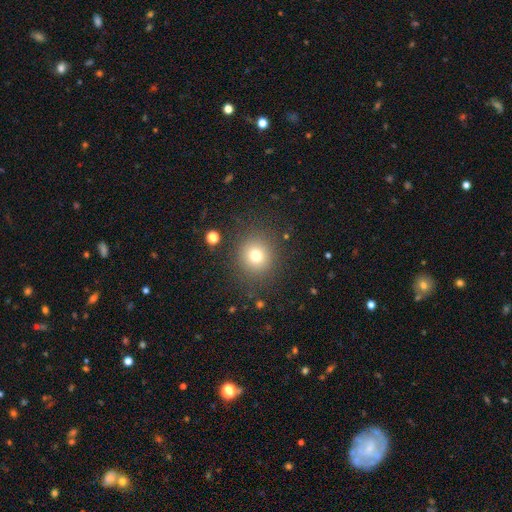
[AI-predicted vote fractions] Q: Smooth or featured?
A: smooth (75%); runner-up: star or artifact (15%)
Q: How rounded?
A: round (88%); runner-up: in between (11%)
Q: Merging?
A: none (86%); runner-up: minor disturbance (8%)